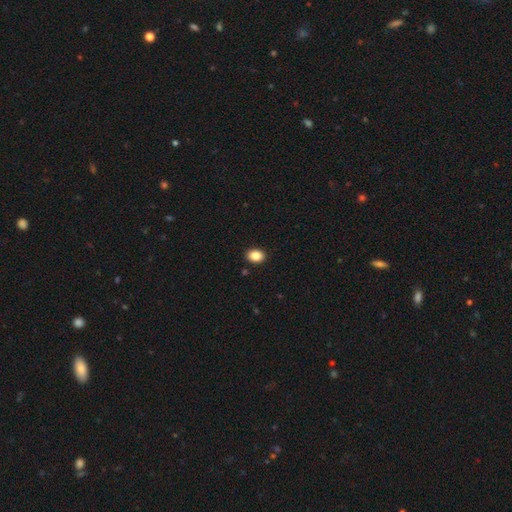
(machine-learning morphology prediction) Smooth or featured: smooth — 87% (star or artifact — 9%)
How rounded: in between — 73% (round — 26%)
Merging: none — 90% (minor disturbance — 7%)